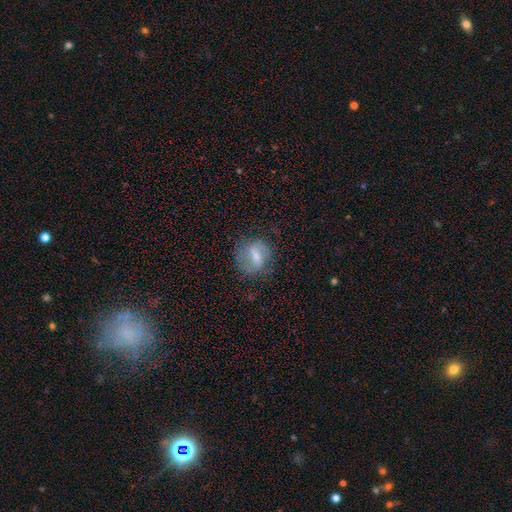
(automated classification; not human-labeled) This is possibly a featured or disk galaxy (48%). Merging: likely none (68%).